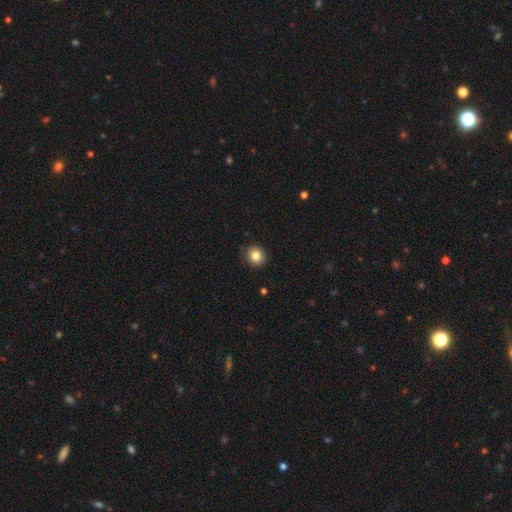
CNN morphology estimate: This is clearly a smooth galaxy (84%). How rounded: clearly round (83%). Merging: clearly none (87%).